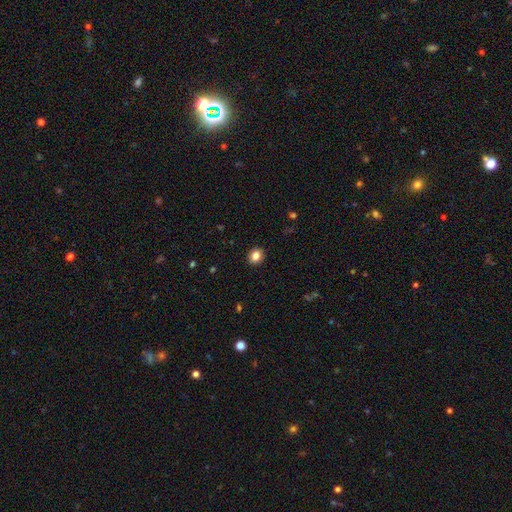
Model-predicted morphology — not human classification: This appears to be a smooth galaxy with no disk features (83%) that is round (72%). Merging: none (92%).